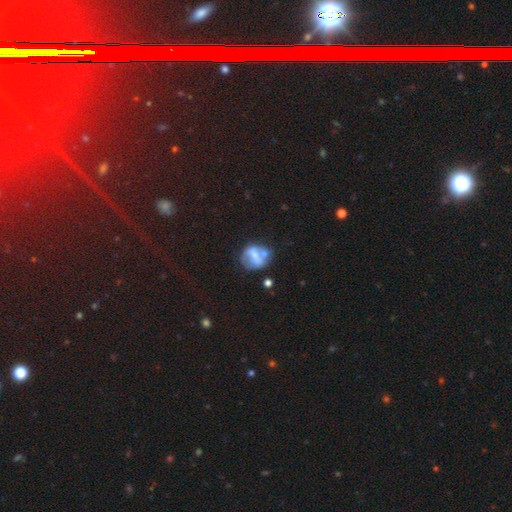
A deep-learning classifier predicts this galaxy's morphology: Smooth or featured: featured or disk — 49% (smooth — 42%)
Merging: none — 43% (minor disturbance — 24%)